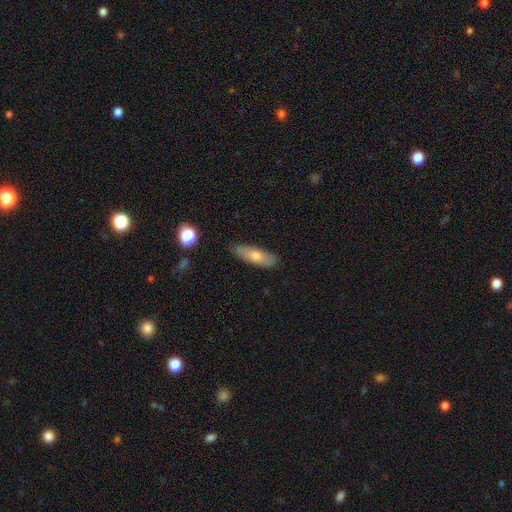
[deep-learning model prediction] The model was most divided on "how rounded": in between: 51%, cigar-shaped: 47%, round: 3%. More confident: merging — none (84%); smooth or featured — smooth (66%).